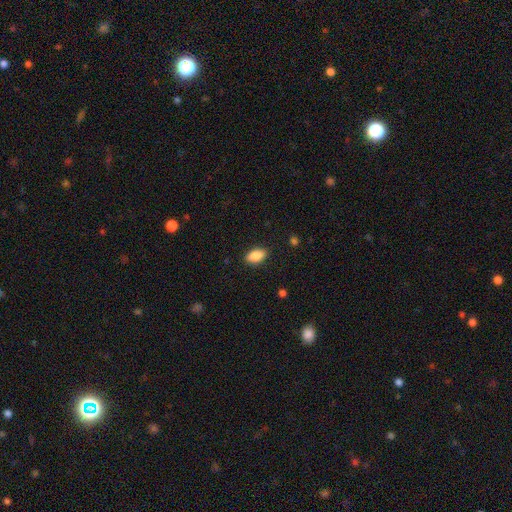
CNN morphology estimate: A smooth galaxy with no disk features (87%) that is in between round and cigar-shaped (91%). Merging: none (88%).